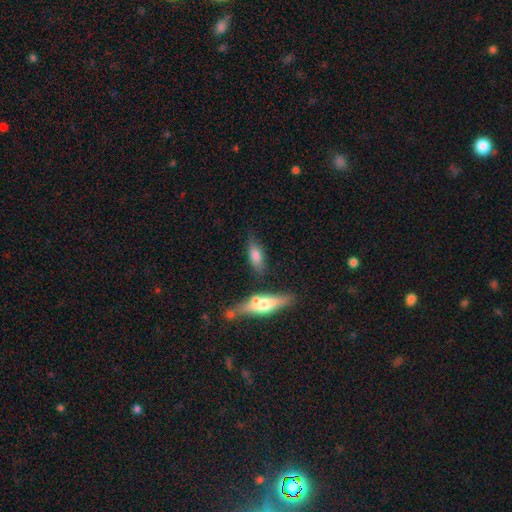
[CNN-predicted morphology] Smooth or featured?
  - smooth: 68% *
  - featured or disk: 25%
  - star or artifact: 8%
How rounded?
  - in between: 62% *
  - cigar-shaped: 35%
  - round: 3%
Merging?
  - none: 66% *
  - minor disturbance: 18%
  - merger: 10%
  - major disturbance: 6%